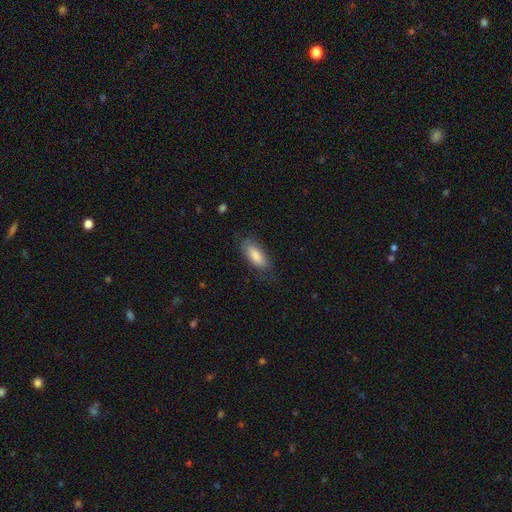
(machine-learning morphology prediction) Overall: smooth (81%). How rounded: in between (82%). Merging: none (70%).